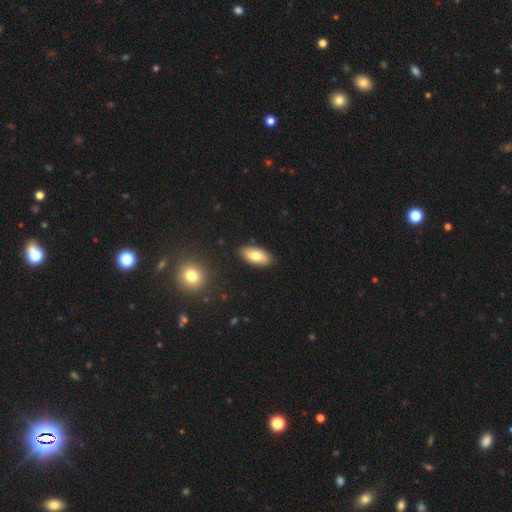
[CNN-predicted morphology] The model was most divided on "smooth or featured": smooth: 76%, featured or disk: 17%, star or artifact: 7%. More confident: how rounded — in between (90%); merging — none (87%).